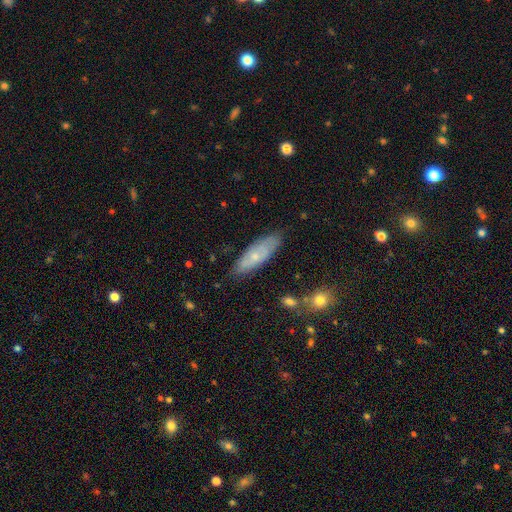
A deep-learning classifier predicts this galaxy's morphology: Smooth or featured? smooth (52%)
How rounded? in between (55%)
Merging? none (77%)